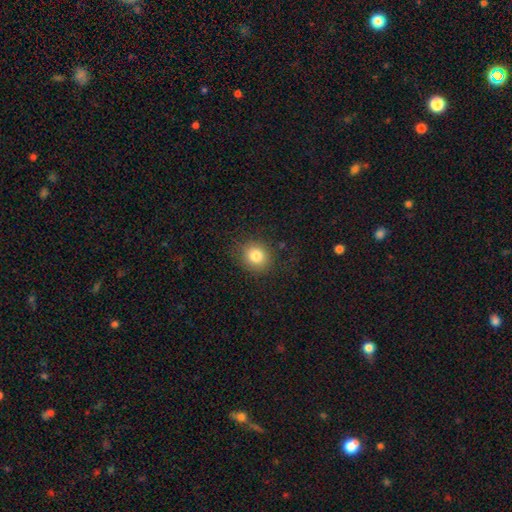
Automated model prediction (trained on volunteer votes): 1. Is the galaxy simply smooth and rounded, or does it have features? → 82% smooth, 11% star or artifact, 7% featured or disk.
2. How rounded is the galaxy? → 78% round, 21% in between, 1% cigar-shaped.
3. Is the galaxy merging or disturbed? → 84% none, 11% minor disturbance, 4% major disturbance, 1% merger.